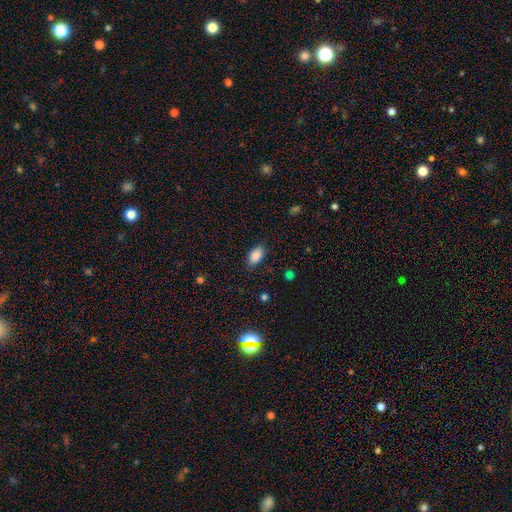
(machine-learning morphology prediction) Smooth or featured: smooth — 88% (star or artifact — 8%)
How rounded: in between — 92% (round — 6%)
Merging: none — 83% (minor disturbance — 12%)